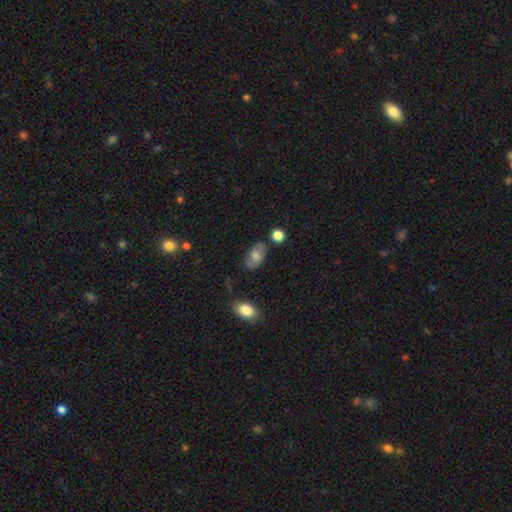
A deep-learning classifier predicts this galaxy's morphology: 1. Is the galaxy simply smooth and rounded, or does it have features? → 67% smooth, 25% featured or disk, 8% star or artifact.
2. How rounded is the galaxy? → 90% in between, 7% round, 3% cigar-shaped.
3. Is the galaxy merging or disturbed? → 72% none, 18% minor disturbance, 5% merger, 5% major disturbance.